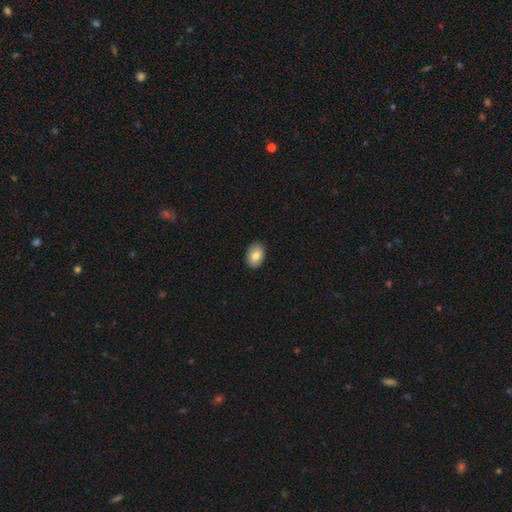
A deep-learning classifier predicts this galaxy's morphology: type=smooth (81%); roundness=in between (80%); merging=none (90%).